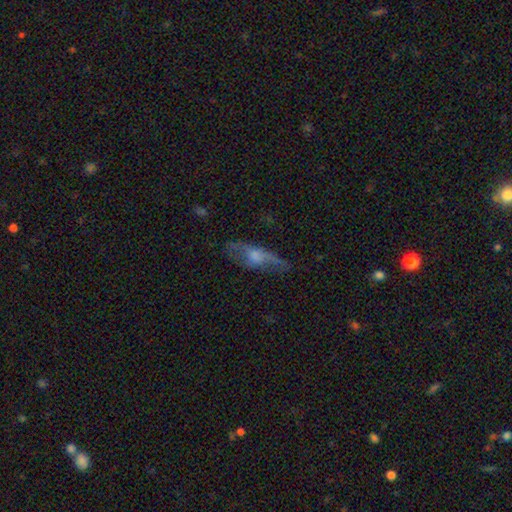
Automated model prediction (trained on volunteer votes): Q: Smooth or featured?
A: featured or disk (59%); runner-up: smooth (31%)
Q: Edge-on disk?
A: yes (63%); runner-up: no (37%)
Q: Merging?
A: none (61%); runner-up: minor disturbance (23%)